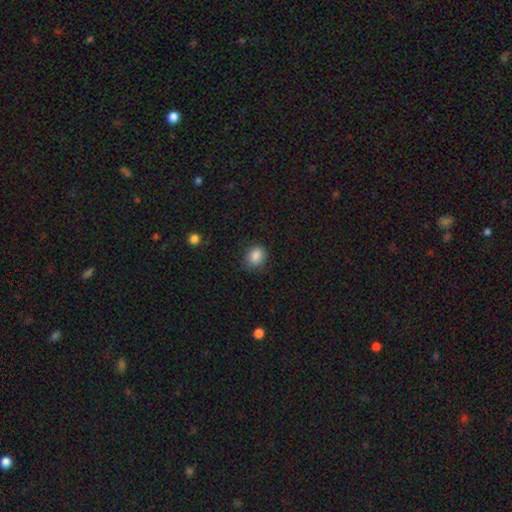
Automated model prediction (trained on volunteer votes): A smooth galaxy with no disk features (86%) that is round (62%).

Vote fractions:
- Smooth or featured? smooth: 86% / star or artifact: 10% / featured or disk: 4%
- How rounded? round: 62% / in between: 37% / cigar-shaped: 1%
- Merging? none: 79% / minor disturbance: 16% / major disturbance: 4% / merger: 1%